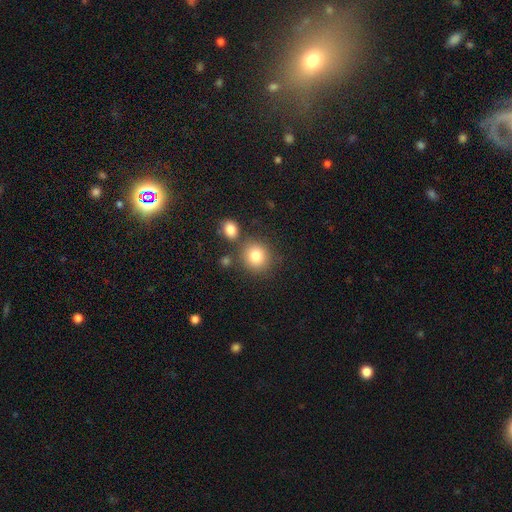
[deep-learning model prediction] This appears to be a smooth galaxy with no disk features (81%) that is round (87%). Merging: none (73%).